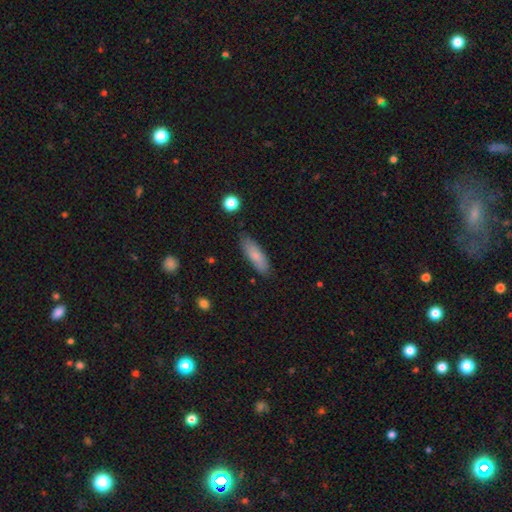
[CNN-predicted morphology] Smooth or featured? smooth (79%)
How rounded? in between (51%)
Merging? none (82%)